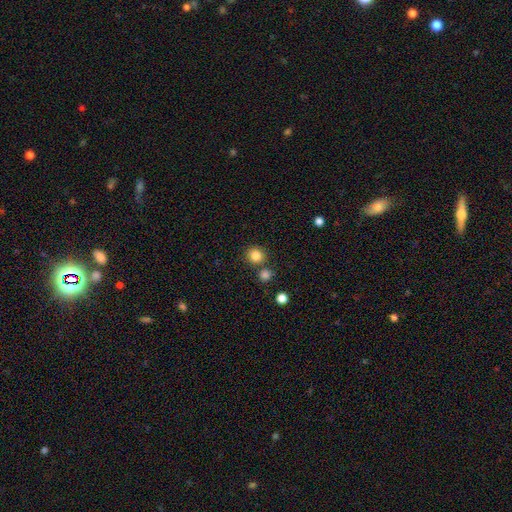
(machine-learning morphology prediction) smooth-or-featured: smooth: 83% | star or artifact: 12% | featured or disk: 5%
  how-rounded: round: 92% | in between: 7% | cigar-shaped: 1%
  merging: none: 78% | merger: 12% | minor disturbance: 7% | major disturbance: 2%